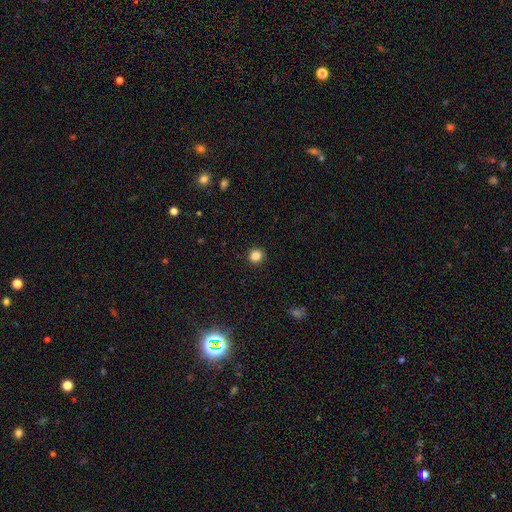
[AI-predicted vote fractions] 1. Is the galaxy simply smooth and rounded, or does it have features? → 84% smooth, 12% star or artifact, 4% featured or disk.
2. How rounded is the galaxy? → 91% round, 8% in between, 1% cigar-shaped.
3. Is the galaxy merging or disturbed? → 93% none, 5% minor disturbance, 2% major disturbance, 1% merger.